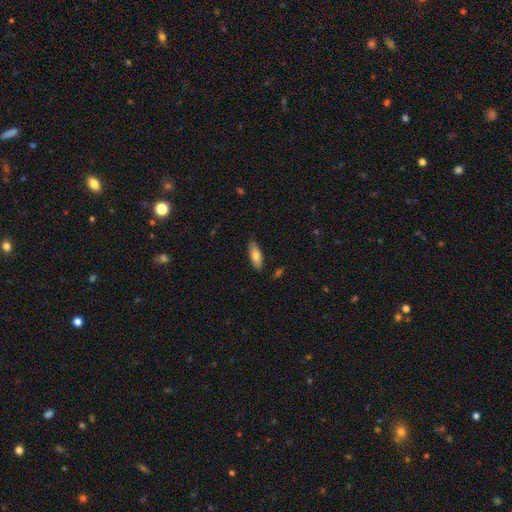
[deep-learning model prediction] smooth 76%, featured or disk 18%, star or artifact 6%. Down the decision tree: how rounded — in between (74%); merging — none (85%).